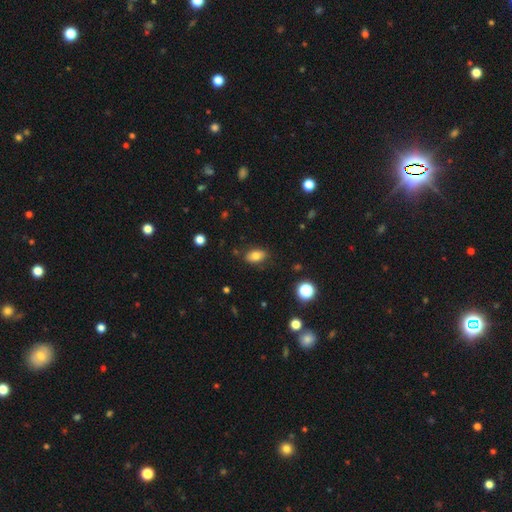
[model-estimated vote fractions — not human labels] smooth_or_featured: smooth (p=0.78) [alt: featured or disk p=0.12]
how_rounded: in between (p=0.87) [alt: round p=0.10]
merging: none (p=0.83) [alt: minor disturbance p=0.12]